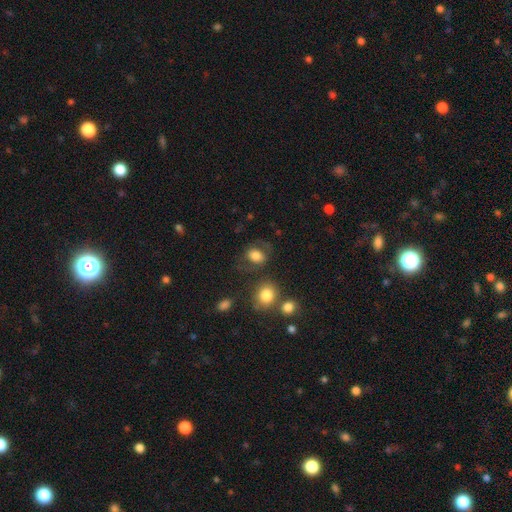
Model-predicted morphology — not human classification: The model was most divided on "how rounded": in between: 61%, round: 38%, cigar-shaped: 1%. More confident: smooth or featured — smooth (74%); merging — none (63%).